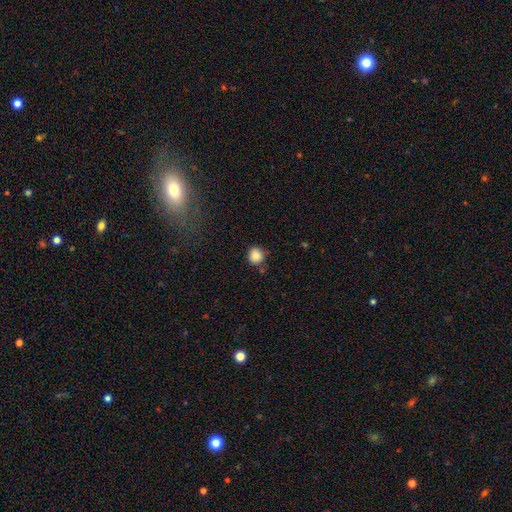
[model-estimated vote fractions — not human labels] Q: Smooth or featured?
A: smooth (87%); runner-up: star or artifact (9%)
Q: How rounded?
A: round (87%); runner-up: in between (12%)
Q: Merging?
A: none (78%); runner-up: minor disturbance (15%)